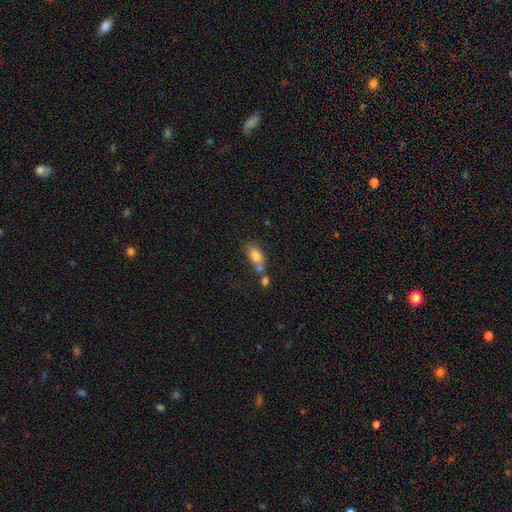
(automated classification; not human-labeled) This is likely a smooth galaxy (78%). How rounded: clearly in between (80%). Merging: possibly merger (46%).